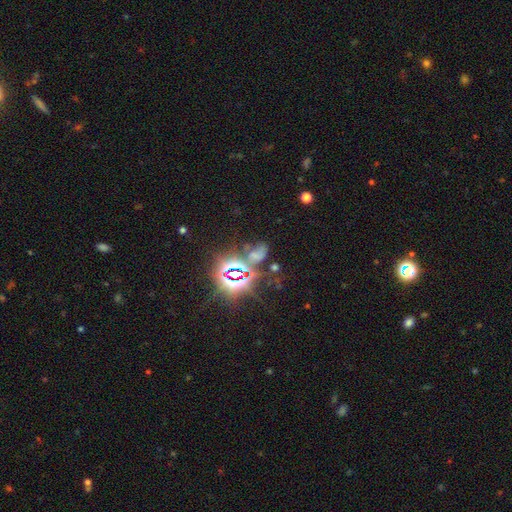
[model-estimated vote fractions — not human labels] Morphology: type=star or artifact (59%).